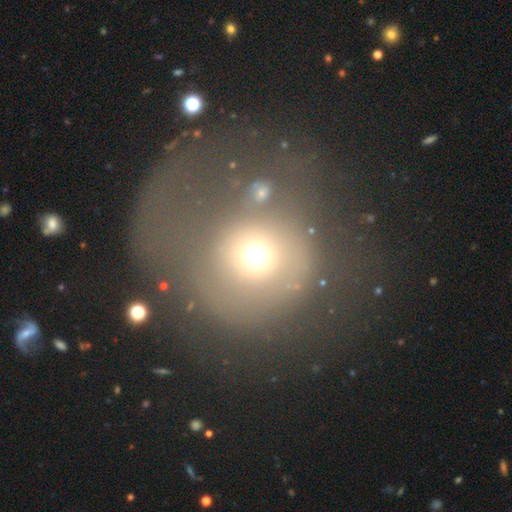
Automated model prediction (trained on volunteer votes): smooth-or-featured: smooth: 61% | featured or disk: 20% | star or artifact: 18%
  how-rounded: round: 89% | in between: 10% | cigar-shaped: 1%
  merging: none: 41% | major disturbance: 35% | minor disturbance: 15% | merger: 9%